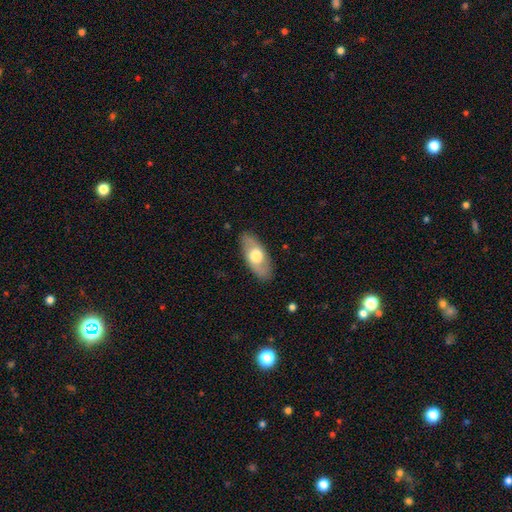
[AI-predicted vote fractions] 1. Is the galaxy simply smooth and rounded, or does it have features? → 57% smooth, 38% featured or disk, 5% star or artifact.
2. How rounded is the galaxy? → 86% in between, 10% cigar-shaped, 4% round.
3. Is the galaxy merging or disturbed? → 85% none, 11% minor disturbance, 3% major disturbance, 1% merger.